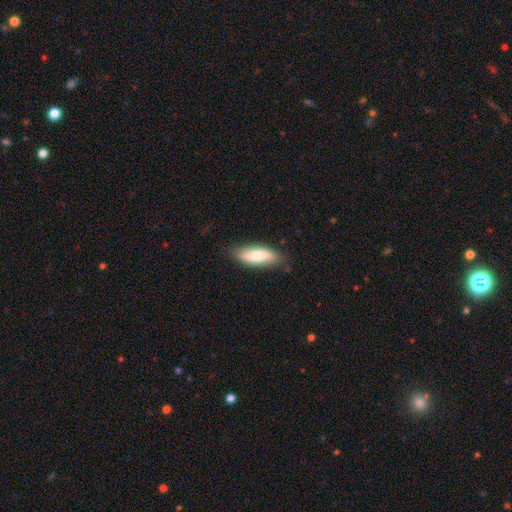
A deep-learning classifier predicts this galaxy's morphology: Smooth or featured? Predicted: smooth (p=0.72). How rounded? Predicted: in between (p=0.73). Merging? Predicted: none (p=0.79).